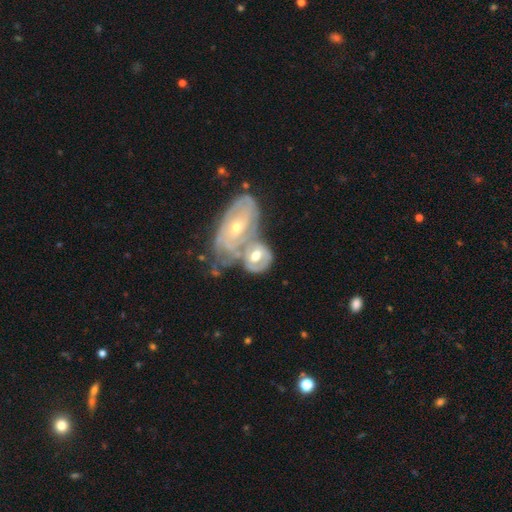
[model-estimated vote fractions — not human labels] Overall: featured or disk (65%; smooth 30%). Edge-on disk: no (94%). Bar: no (70%). Spiral arms: yes (63%; no 37%). Bulge size: moderate (66%). Merging: merger (64%).